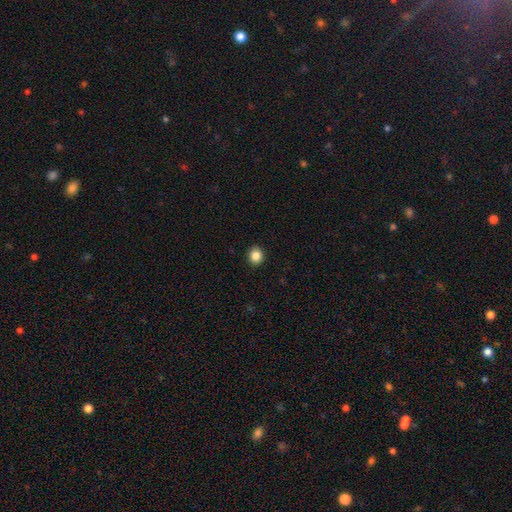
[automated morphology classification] Q: Smooth or featured?
A: smooth (86%); runner-up: star or artifact (10%)
Q: How rounded?
A: round (79%); runner-up: in between (21%)
Q: Merging?
A: none (92%); runner-up: minor disturbance (6%)